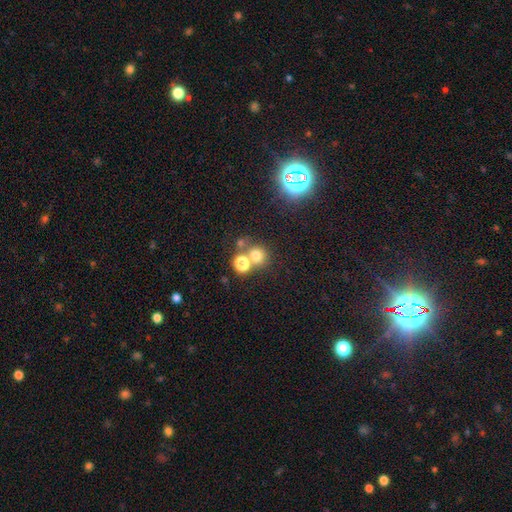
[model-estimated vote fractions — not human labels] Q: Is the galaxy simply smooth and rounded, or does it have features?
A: smooth — 70%.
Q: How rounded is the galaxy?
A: round — 86%.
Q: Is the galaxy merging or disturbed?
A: none — 56%.